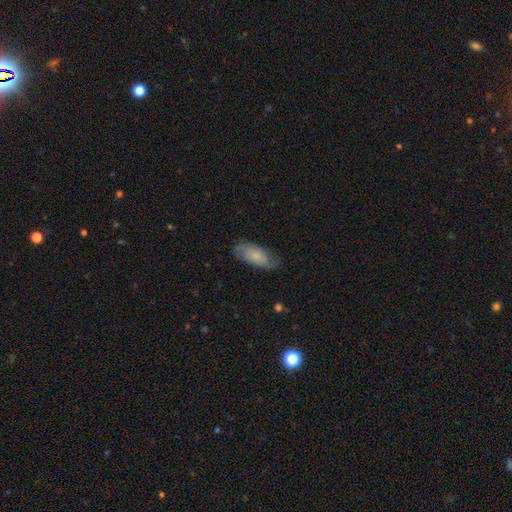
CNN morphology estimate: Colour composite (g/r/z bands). It shows a smooth galaxy with no disk features (54%) that is in between round and cigar-shaped (82%). Merging: none (72%).